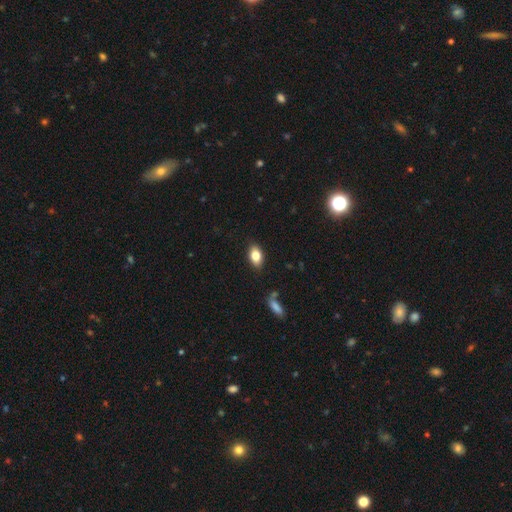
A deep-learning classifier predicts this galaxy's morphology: Smooth or featured: smooth — 79% (featured or disk — 12%)
How rounded: in between — 88% (round — 8%)
Merging: none — 86% (minor disturbance — 10%)